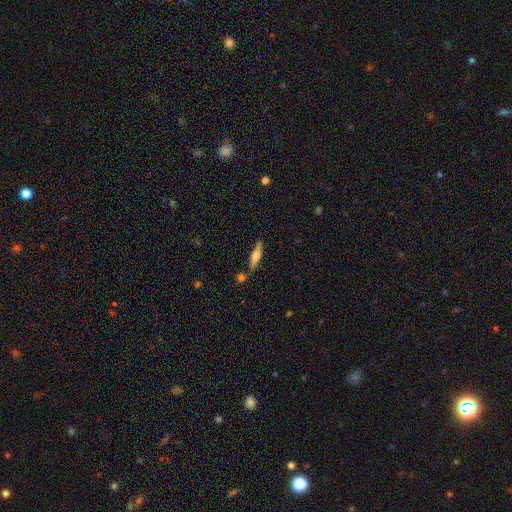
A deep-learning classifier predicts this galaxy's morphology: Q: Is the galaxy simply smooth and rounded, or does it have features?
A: featured or disk — 56%.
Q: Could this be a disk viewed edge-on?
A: yes — 95%.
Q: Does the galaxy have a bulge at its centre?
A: rounded — 84%.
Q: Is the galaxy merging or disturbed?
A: none — 82%.